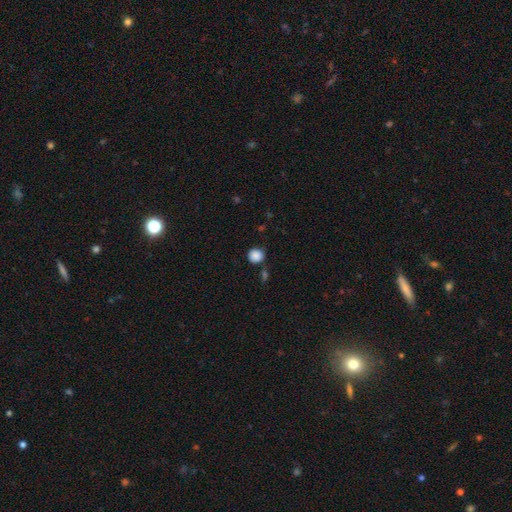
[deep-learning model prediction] The model was most divided on "merging": none: 79%, minor disturbance: 12%, merger: 6%, major disturbance: 3%. More confident: smooth or featured — smooth (88%); how rounded — round (86%).